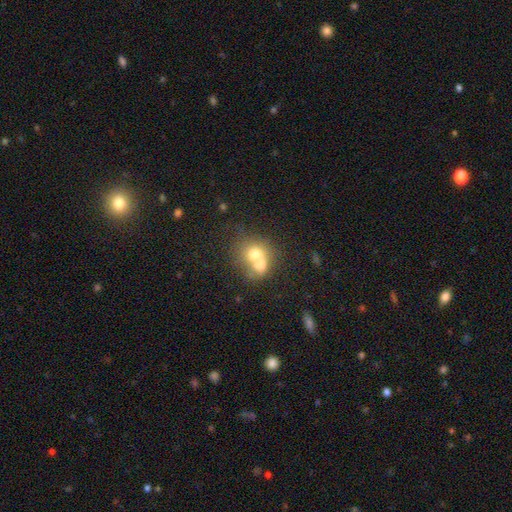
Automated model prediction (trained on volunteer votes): smooth 65%, featured or disk 23%, star or artifact 11%. Down the decision tree: how rounded — round (67%); merging — merger (60%).